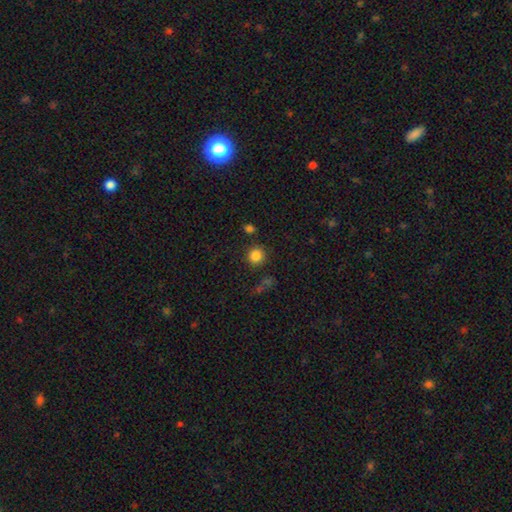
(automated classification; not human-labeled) The model was most divided on "smooth or featured": smooth: 84%, star or artifact: 12%, featured or disk: 5%. More confident: how rounded — round (92%); merging — none (84%).